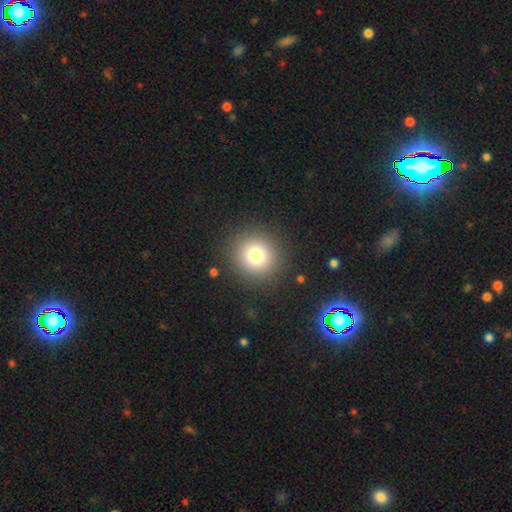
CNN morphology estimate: Smooth or featured? smooth (76%)
How rounded? round (93%)
Merging? none (90%)